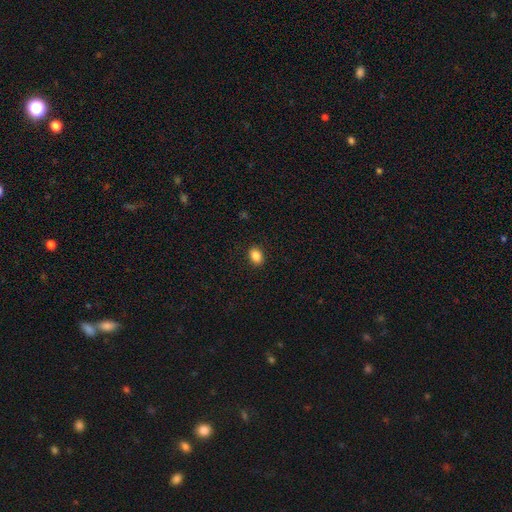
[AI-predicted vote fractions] The model was most divided on "how rounded": in between: 74%, round: 25%, cigar-shaped: 1%. More confident: merging — none (90%); smooth or featured — smooth (87%).